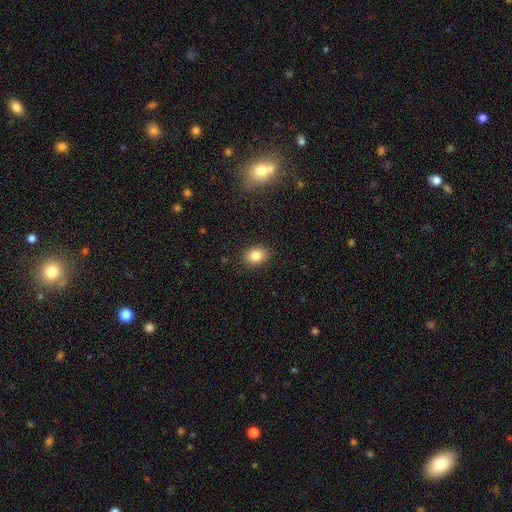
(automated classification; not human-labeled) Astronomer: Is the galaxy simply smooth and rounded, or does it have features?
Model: smooth — 84%.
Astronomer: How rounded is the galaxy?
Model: in between — 72%.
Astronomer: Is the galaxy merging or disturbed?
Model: none — 88%.